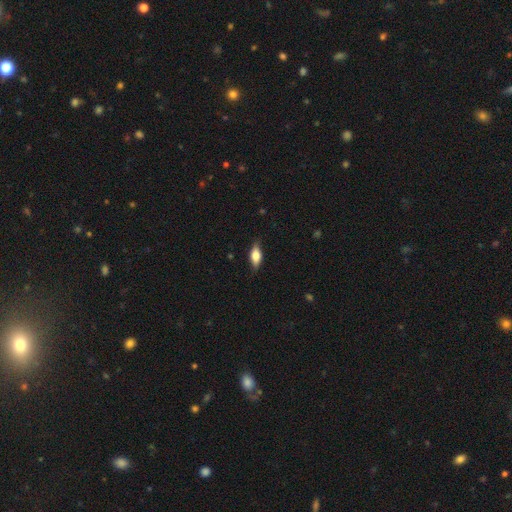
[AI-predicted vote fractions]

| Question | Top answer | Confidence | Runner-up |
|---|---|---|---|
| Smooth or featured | smooth | 64% | featured or disk (28%) |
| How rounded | in between | 78% | cigar-shaped (18%) |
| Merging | none | 80% | minor disturbance (16%) |